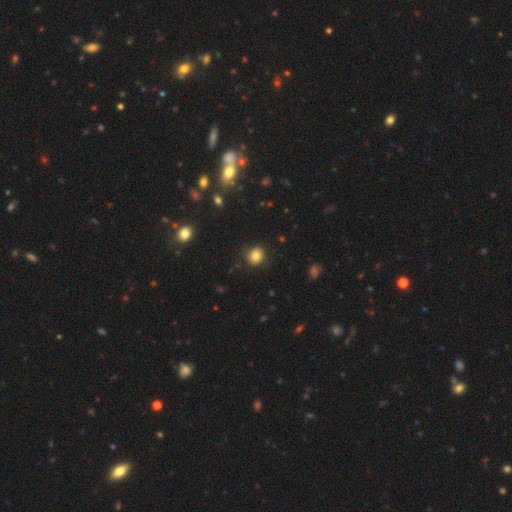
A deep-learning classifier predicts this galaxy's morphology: Smooth or featured: smooth — 82% (star or artifact — 11%)
How rounded: round — 80% (in between — 19%)
Merging: none — 85% (minor disturbance — 10%)